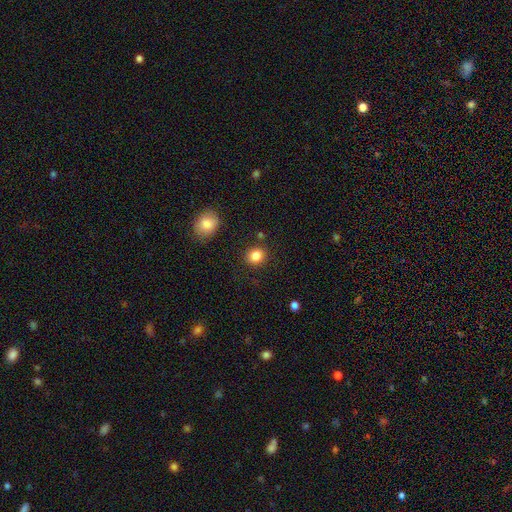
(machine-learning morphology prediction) A smooth galaxy with no disk features (85%) that is round (76%). Merging: none (86%).